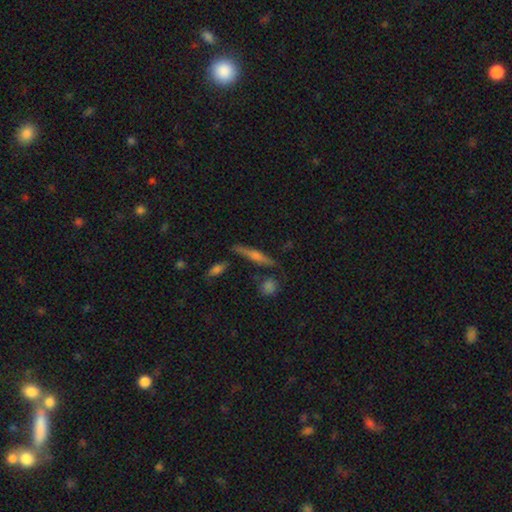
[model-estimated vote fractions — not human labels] The model was most divided on "smooth or featured": featured or disk: 56%, smooth: 35%, star or artifact: 9%. More confident: edge-on disk — yes (95%); merging — none (81%); edge-on bulge — rounded (74%).